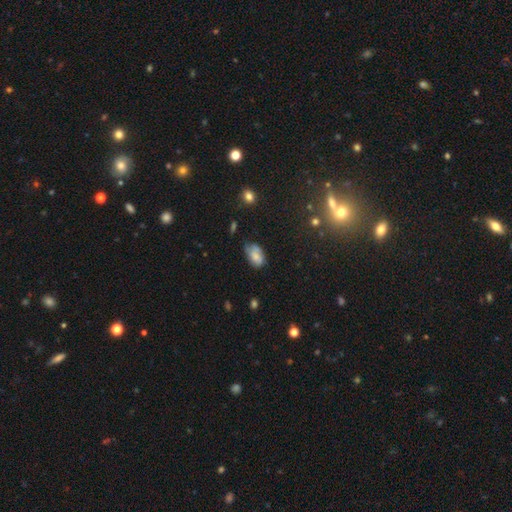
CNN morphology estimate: A smooth galaxy with no disk features (67%) that is in between round and cigar-shaped (89%). Merging: none (45%).